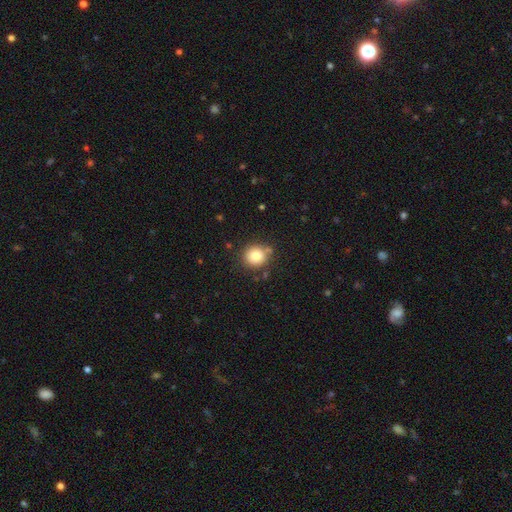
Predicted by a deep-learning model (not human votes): Morphology: type=smooth (82%); roundness=round (87%); merging=none (80%).